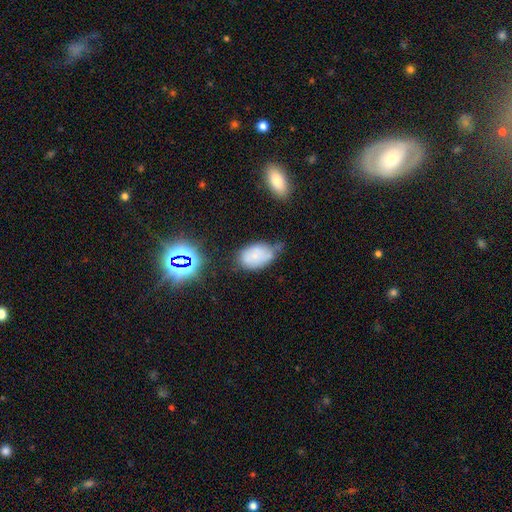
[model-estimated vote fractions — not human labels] smooth-or-featured: smooth: 68% | featured or disk: 19% | star or artifact: 13%
  how-rounded: in between: 87% | round: 12% | cigar-shaped: 1%
  merging: none: 39% | minor disturbance: 38% | major disturbance: 12% | merger: 11%